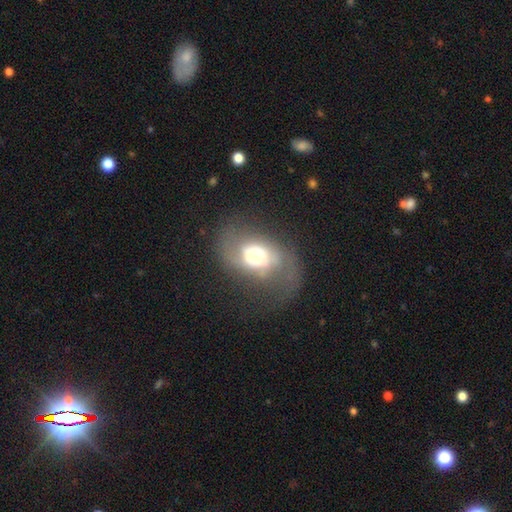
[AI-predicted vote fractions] Q: Smooth or featured?
A: featured or disk (52%); runner-up: smooth (38%)
Q: Edge-on disk?
A: no (94%); runner-up: yes (6%)
Q: Merging?
A: none (49%); runner-up: major disturbance (27%)